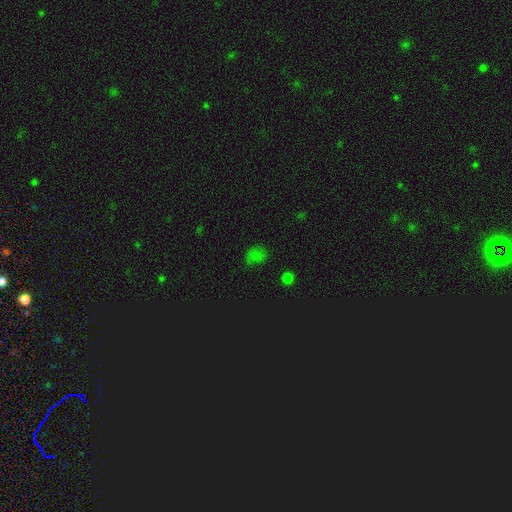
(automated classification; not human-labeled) This appears to be a smooth galaxy with no disk features (60%) that is round (50%). Merging: none (65%).